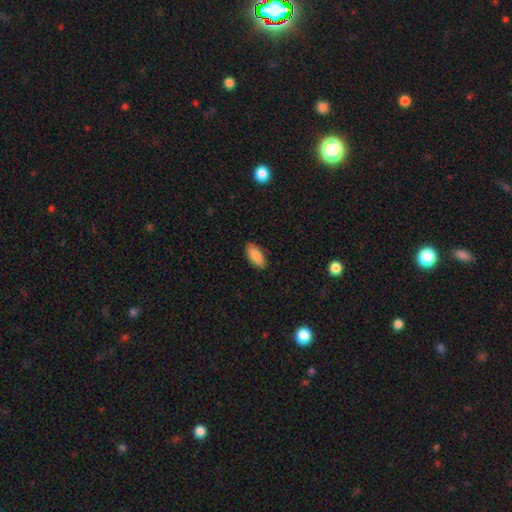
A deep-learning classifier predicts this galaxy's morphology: smooth_or_featured: smooth (p=0.88) [alt: star or artifact p=0.06]
how_rounded: in between (p=0.90) [alt: cigar-shaped p=0.08]
merging: none (p=0.86) [alt: minor disturbance p=0.11]